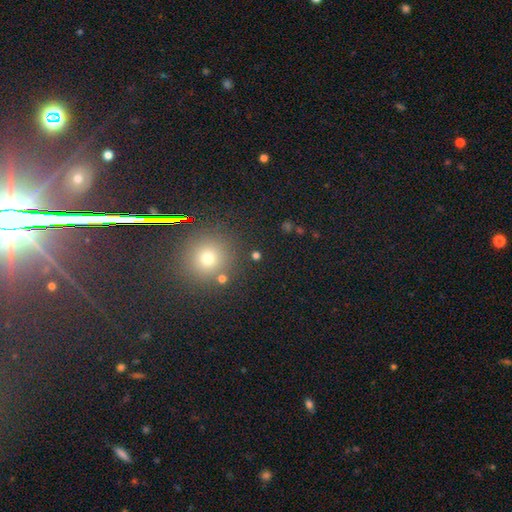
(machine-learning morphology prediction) This appears to be a smooth galaxy with no disk features (52%) that is round (89%). Merging: none (84%).